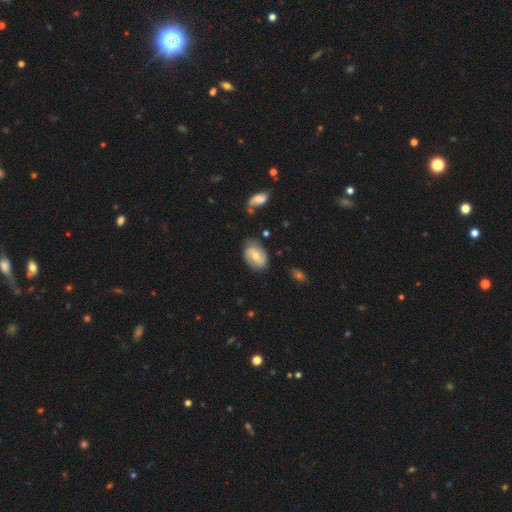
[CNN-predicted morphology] A featured or disk galaxy (55%) with a weak bar (44%), spiral arms (81%) and a moderate central bulge (58%). Merging: none (72%).